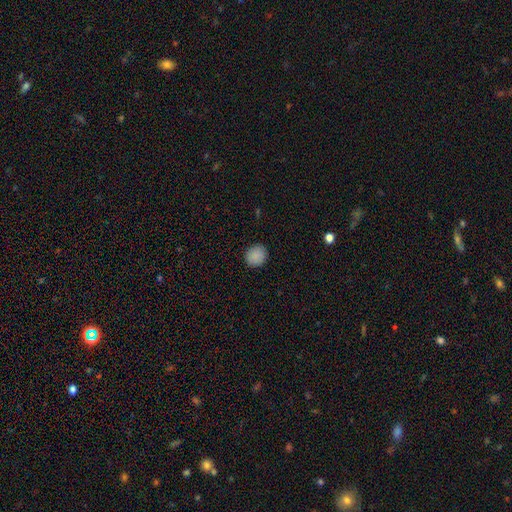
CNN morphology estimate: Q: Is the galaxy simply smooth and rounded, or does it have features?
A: smooth — 89%.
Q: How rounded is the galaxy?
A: round — 82%.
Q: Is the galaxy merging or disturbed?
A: none — 89%.